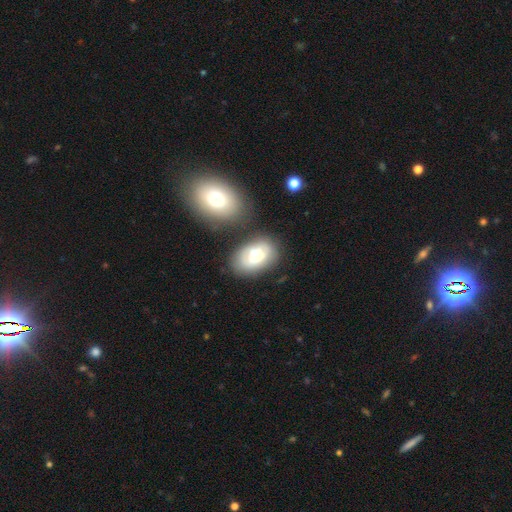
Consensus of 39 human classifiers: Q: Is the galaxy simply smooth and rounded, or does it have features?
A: smooth — 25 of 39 (64%).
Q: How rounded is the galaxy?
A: in between — 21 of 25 (84%).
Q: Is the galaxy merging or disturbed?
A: none — 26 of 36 (72%).